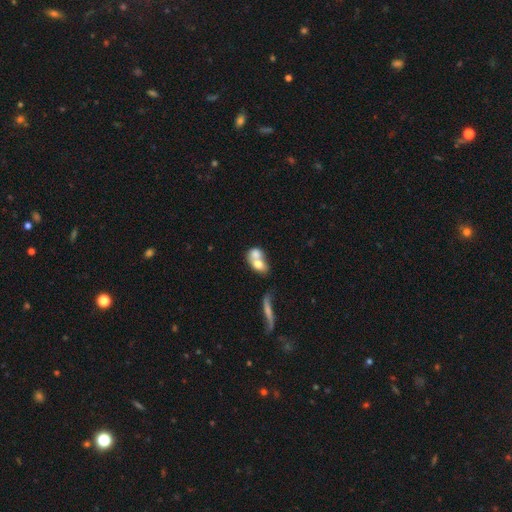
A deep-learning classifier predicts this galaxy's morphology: Q: Smooth or featured?
A: smooth (67%); runner-up: featured or disk (25%)
Q: How rounded?
A: in between (63%); runner-up: round (33%)
Q: Merging?
A: merger (70%); runner-up: none (18%)